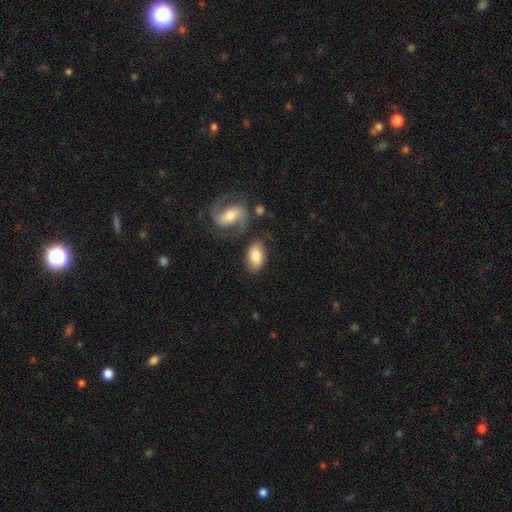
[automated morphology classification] A smooth galaxy with no disk features (67%) that is in between round and cigar-shaped (92%). Merging: none (71%).